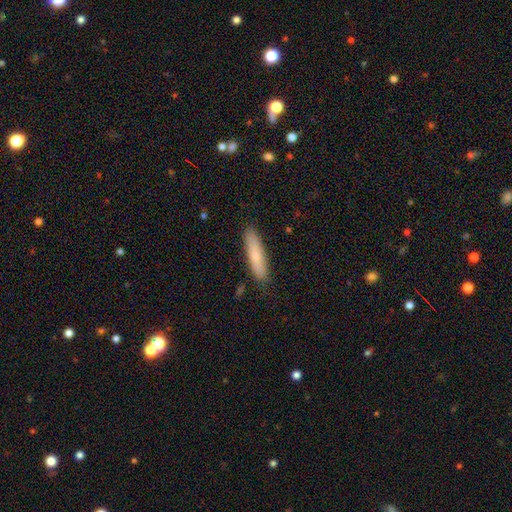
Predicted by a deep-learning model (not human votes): Morphology: type=smooth (77%); roundness=cigar-shaped (82%); merging=none (87%).